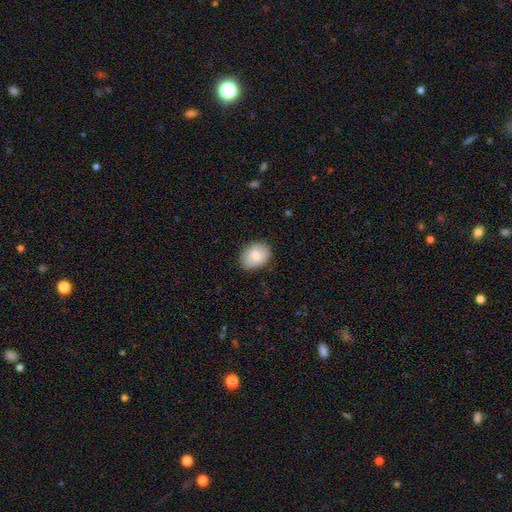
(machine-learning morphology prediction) smooth 82%, featured or disk 11%, star or artifact 6%. Down the decision tree: how rounded — in between (70%); merging — none (83%).